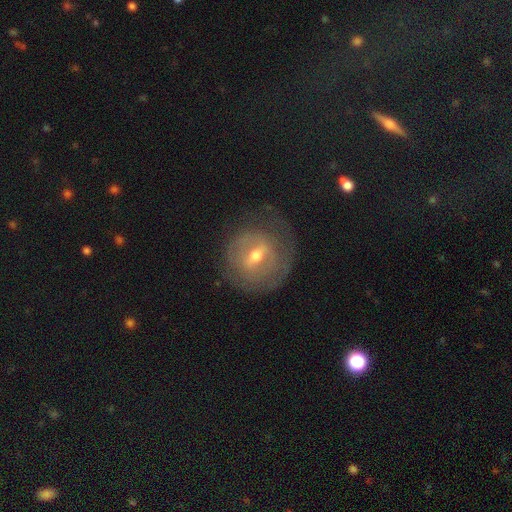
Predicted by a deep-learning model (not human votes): Smooth or featured?
  - featured or disk: 73% *
  - smooth: 20%
  - star or artifact: 7%
Edge-on disk?
  - no: 93% *
  - yes: 7%
Bar?
  - weak: 48% *
  - strong: 37%
  - no: 15%
Spiral arms?
  - yes: 58% *
  - no: 42%
Bulge size?
  - moderate: 62% *
  - small: 33%
  - large: 3%
  - none: 1%
  - dominant: 1%
Merging?
  - none: 65% *
  - minor disturbance: 19%
  - major disturbance: 14%
  - merger: 1%